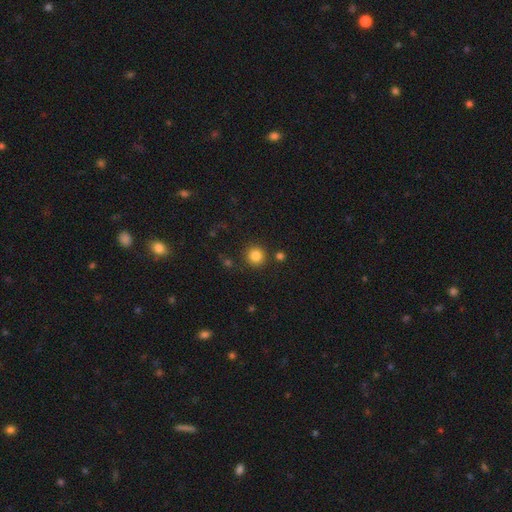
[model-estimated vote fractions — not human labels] smooth_or_featured: smooth (p=0.83) [alt: star or artifact p=0.12]
how_rounded: round (p=0.93) [alt: in between p=0.06]
merging: none (p=0.87) [alt: minor disturbance p=0.07]